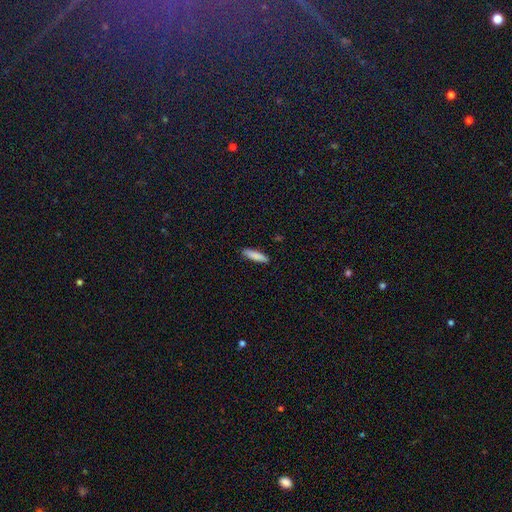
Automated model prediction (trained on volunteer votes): Smooth or featured?
  - smooth: 86% *
  - featured or disk: 8%
  - star or artifact: 6%
How rounded?
  - cigar-shaped: 73% *
  - in between: 26%
  - round: 2%
Merging?
  - none: 89% *
  - minor disturbance: 8%
  - major disturbance: 2%
  - merger: 1%